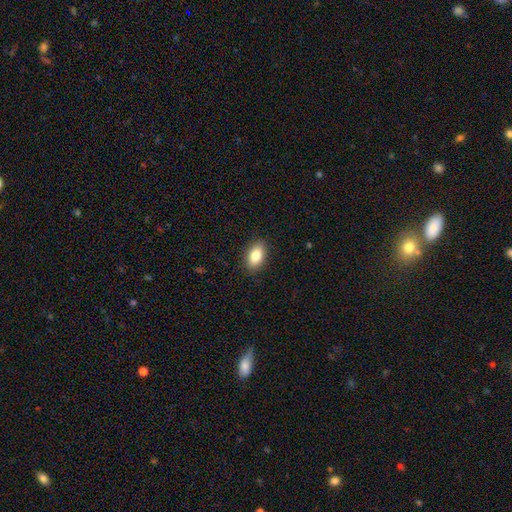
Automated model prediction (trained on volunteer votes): Smooth or featured? smooth (83%)
How rounded? in between (91%)
Merging? none (89%)